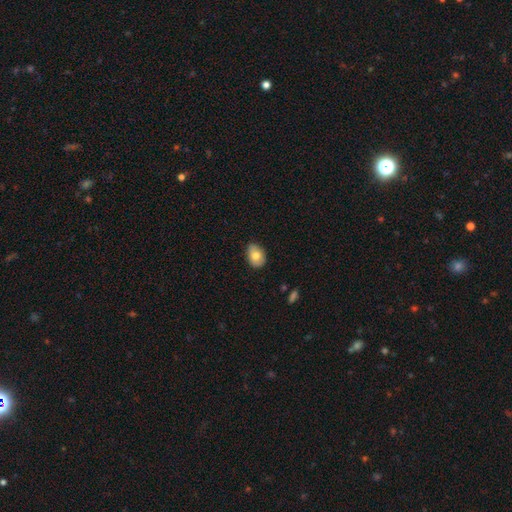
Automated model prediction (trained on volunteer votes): This is likely a smooth galaxy (75%). How rounded: likely in between (75%). Merging: likely none (78%).